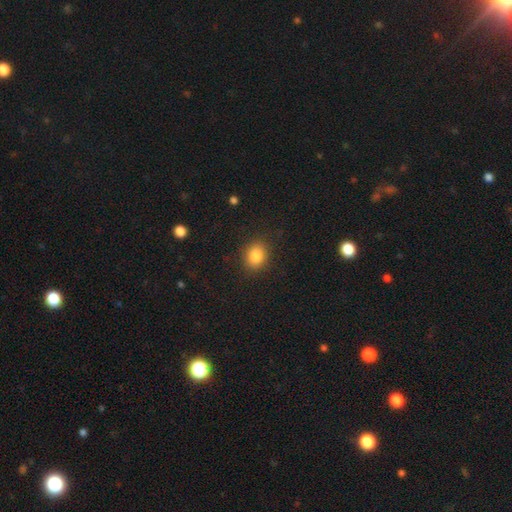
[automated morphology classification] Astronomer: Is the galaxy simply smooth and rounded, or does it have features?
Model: smooth — 84%.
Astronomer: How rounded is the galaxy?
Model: round — 52% (runner-up: in between, 47%).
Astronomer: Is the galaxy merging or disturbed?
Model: none — 87%.